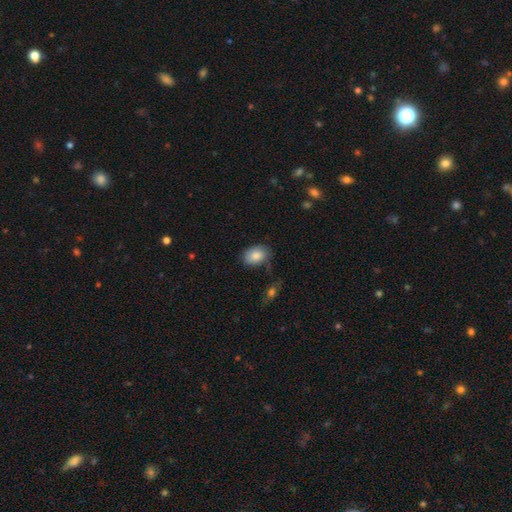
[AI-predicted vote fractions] smooth_or_featured: smooth (p=0.85) [alt: featured or disk p=0.08]
how_rounded: in between (p=0.83) [alt: round p=0.16]
merging: none (p=0.68) [alt: minor disturbance p=0.21]